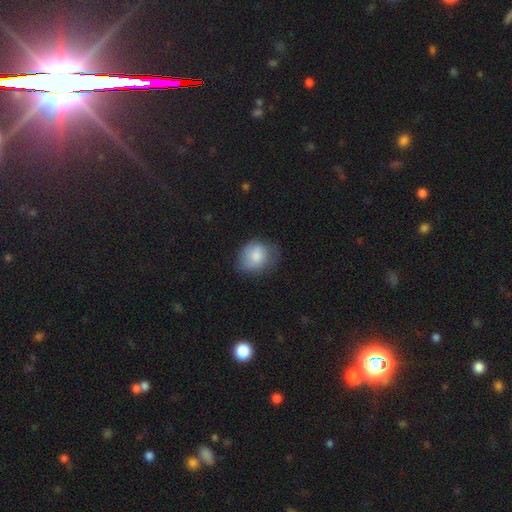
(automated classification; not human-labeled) Q: Smooth or featured?
A: smooth (78%); runner-up: featured or disk (14%)
Q: How rounded?
A: round (60%); runner-up: in between (39%)
Q: Merging?
A: none (62%); runner-up: minor disturbance (28%)